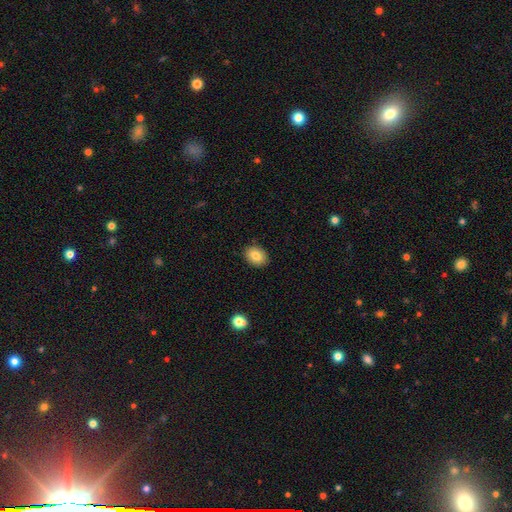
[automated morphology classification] smooth_or_featured: smooth (p=0.82) [alt: featured or disk p=0.09]
how_rounded: in between (p=0.56) [alt: round p=0.43]
merging: none (p=0.89) [alt: minor disturbance p=0.08]